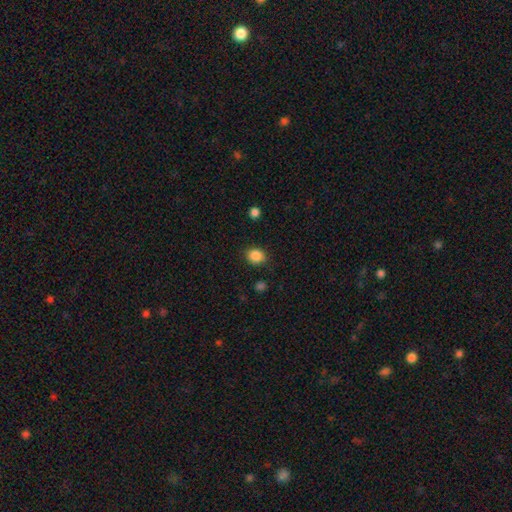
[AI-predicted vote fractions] This is clearly a smooth galaxy (87%). How rounded: likely round (66%). Merging: clearly none (86%).